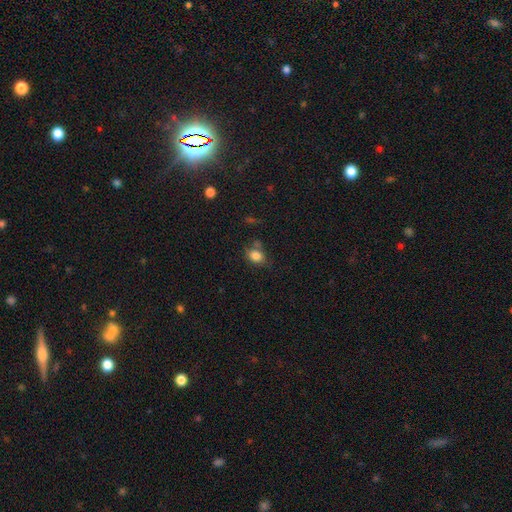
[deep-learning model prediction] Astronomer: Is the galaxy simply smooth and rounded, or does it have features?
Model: smooth — 83%.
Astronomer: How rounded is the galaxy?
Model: in between — 57% (runner-up: round, 42%).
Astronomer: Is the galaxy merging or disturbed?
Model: none — 60%.